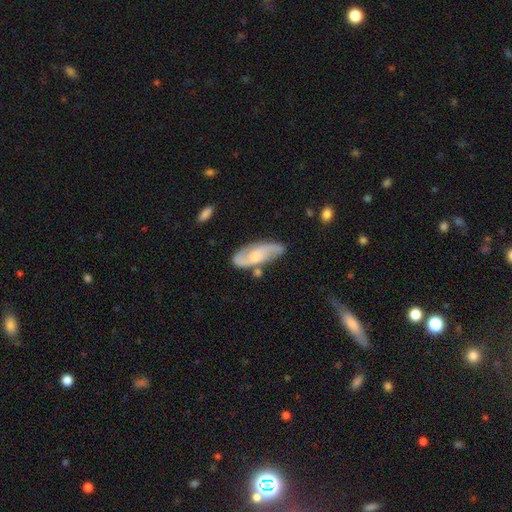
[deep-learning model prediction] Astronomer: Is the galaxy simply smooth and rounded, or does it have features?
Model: featured or disk — 71%.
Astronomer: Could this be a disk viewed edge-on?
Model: no — 91%.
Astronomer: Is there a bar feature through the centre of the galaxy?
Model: no — 57% (runner-up: weak, 36%).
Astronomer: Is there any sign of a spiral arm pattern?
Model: yes — 92%.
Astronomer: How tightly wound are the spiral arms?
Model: medium — 44% (runner-up: loose, 39%).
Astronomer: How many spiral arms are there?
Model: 2 — 87%.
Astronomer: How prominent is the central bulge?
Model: moderate — 47% (runner-up: small, 42%).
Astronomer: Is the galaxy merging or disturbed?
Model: none — 68%.